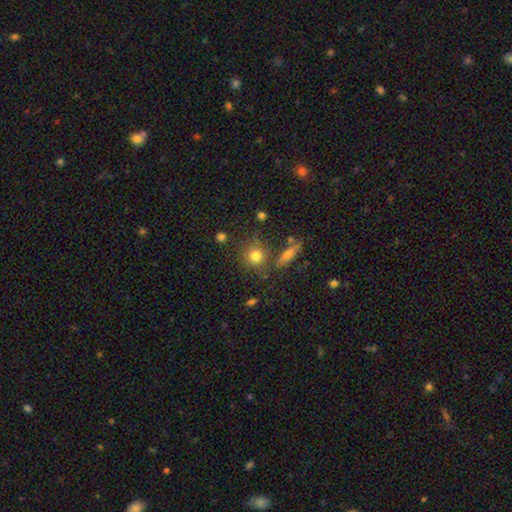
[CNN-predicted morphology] The model was most divided on "merging": none: 74%, minor disturbance: 11%, merger: 10%, major disturbance: 4%. More confident: how rounded — round (85%); smooth or featured — smooth (77%).